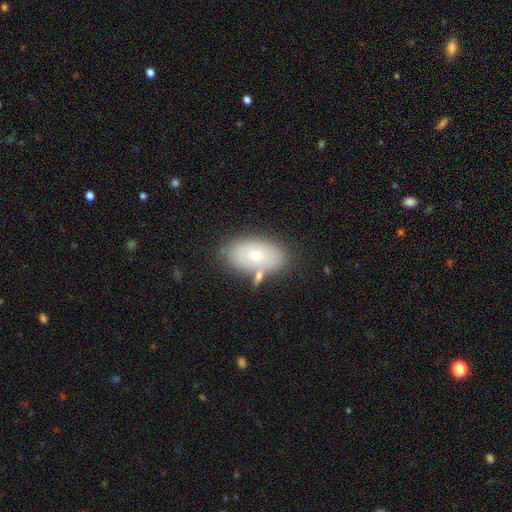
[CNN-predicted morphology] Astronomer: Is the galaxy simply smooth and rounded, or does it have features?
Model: smooth — 68%.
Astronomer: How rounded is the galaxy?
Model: in between — 92%.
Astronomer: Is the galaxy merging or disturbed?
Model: none — 71%.